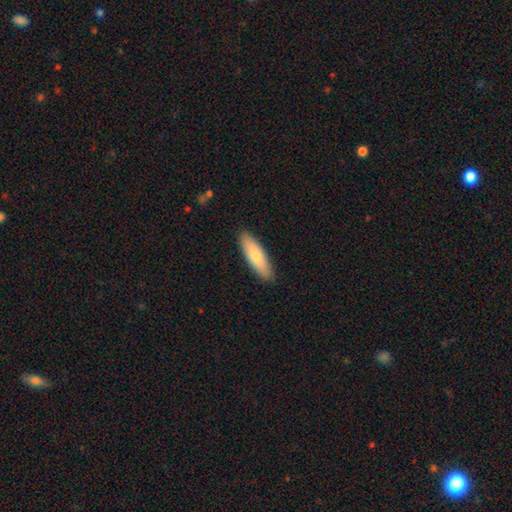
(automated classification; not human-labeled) Smooth or featured: smooth — 75% (featured or disk — 20%)
How rounded: cigar-shaped — 52% (in between — 46%)
Merging: none — 89% (minor disturbance — 8%)